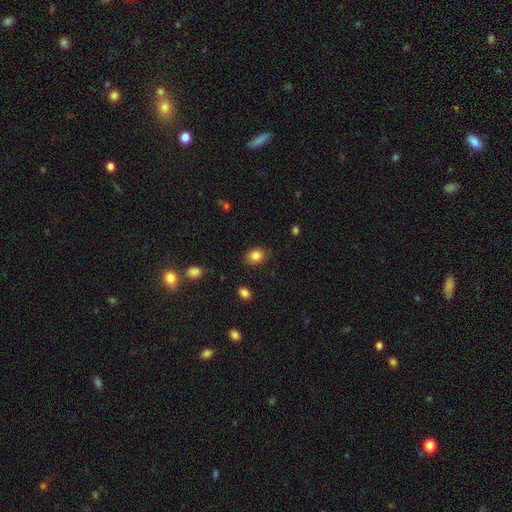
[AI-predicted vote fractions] A smooth galaxy with no disk features (85%) that is in between round and cigar-shaped (60%).

Vote fractions:
- Smooth or featured? smooth: 85% / star or artifact: 9% / featured or disk: 6%
- How rounded? in between: 60% / round: 39% / cigar-shaped: 1%
- Merging? none: 84% / minor disturbance: 12% / major disturbance: 3% / merger: 1%